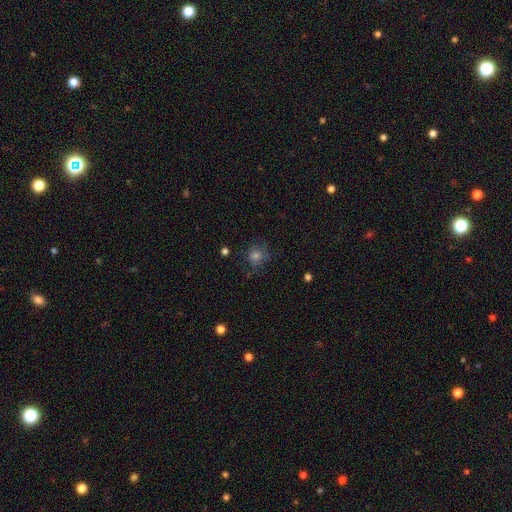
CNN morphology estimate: Smooth or featured: smooth — 57% (star or artifact — 24%)
How rounded: round — 82% (in between — 16%)
Merging: none — 71% (minor disturbance — 18%)